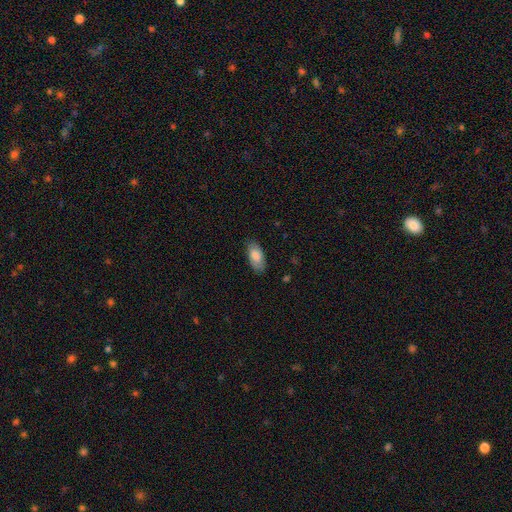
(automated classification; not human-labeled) Smooth or featured?
  - smooth: 82% *
  - featured or disk: 12%
  - star or artifact: 6%
How rounded?
  - in between: 92% *
  - cigar-shaped: 6%
  - round: 2%
Merging?
  - none: 82% *
  - minor disturbance: 14%
  - major disturbance: 3%
  - merger: 1%